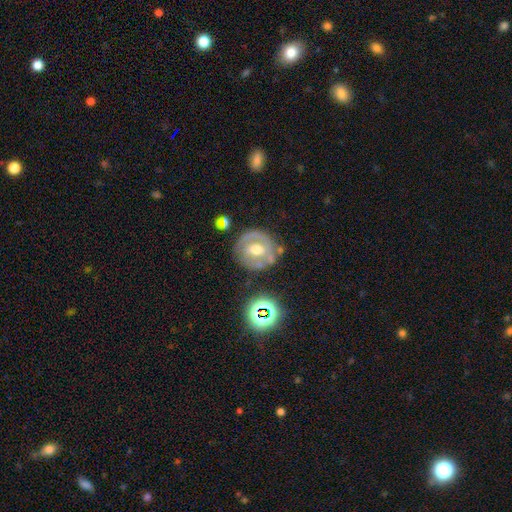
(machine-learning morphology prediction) Q: Smooth or featured?
A: featured or disk (60%); runner-up: smooth (22%)
Q: Edge-on disk?
A: no (95%); runner-up: yes (5%)
Q: Bar?
A: no (52%); runner-up: weak (30%)
Q: Spiral arms?
A: yes (57%); runner-up: no (43%)
Q: Bulge size?
A: moderate (70%); runner-up: small (22%)
Q: Merging?
A: none (78%); runner-up: minor disturbance (12%)